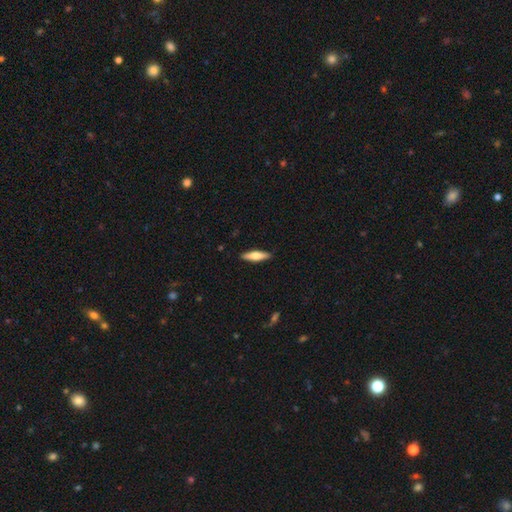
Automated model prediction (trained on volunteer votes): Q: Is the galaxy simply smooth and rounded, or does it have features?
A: smooth — 58%.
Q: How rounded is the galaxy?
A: cigar-shaped — 70%.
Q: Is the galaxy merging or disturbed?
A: none — 89%.